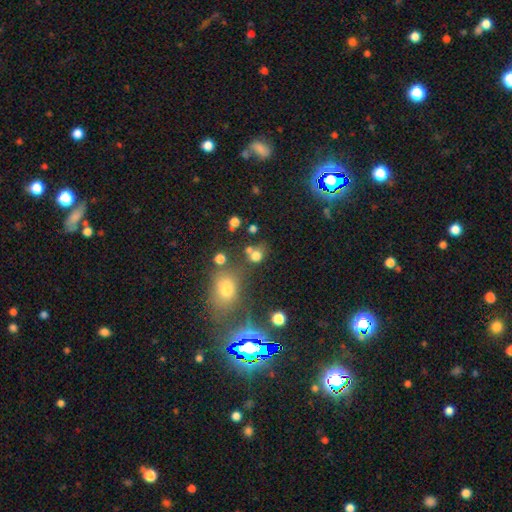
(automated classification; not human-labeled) Morphology: type=smooth (71%); roundness=round (67%); merging=none (51%).